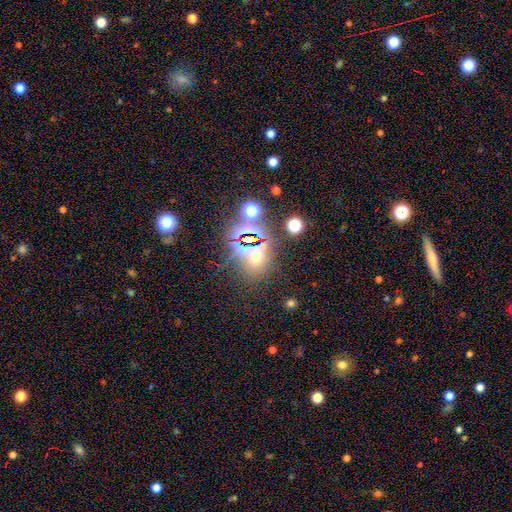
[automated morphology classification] The model was most divided on "smooth or featured" (2-way tie): smooth: 45%, star or artifact: 45%, featured or disk: 10%. More confident: merging — none (69%).